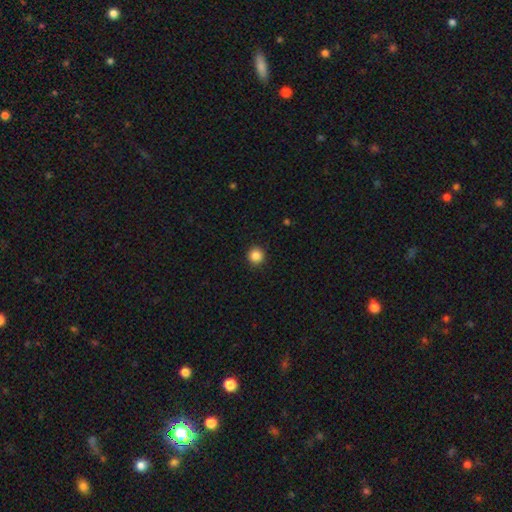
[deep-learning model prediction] smooth-or-featured: smooth: 86% | star or artifact: 10% | featured or disk: 3%
  how-rounded: round: 95% | in between: 4% | cigar-shaped: 1%
  merging: none: 92% | minor disturbance: 5% | major disturbance: 2% | merger: 1%